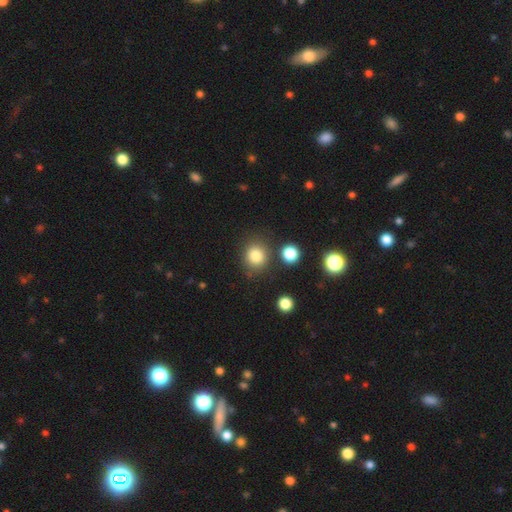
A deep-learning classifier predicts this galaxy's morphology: Smooth or featured?
  - smooth: 83% *
  - star or artifact: 11%
  - featured or disk: 6%
How rounded?
  - round: 82% *
  - in between: 17%
  - cigar-shaped: 1%
Merging?
  - none: 79% *
  - minor disturbance: 10%
  - merger: 7%
  - major disturbance: 4%